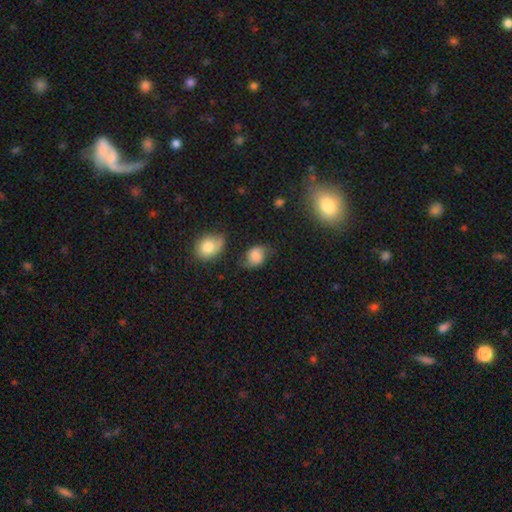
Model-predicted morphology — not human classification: Smooth or featured: smooth — 57% (featured or disk — 31%)
How rounded: in between — 58% (round — 40%)
Merging: none — 56% (minor disturbance — 29%)